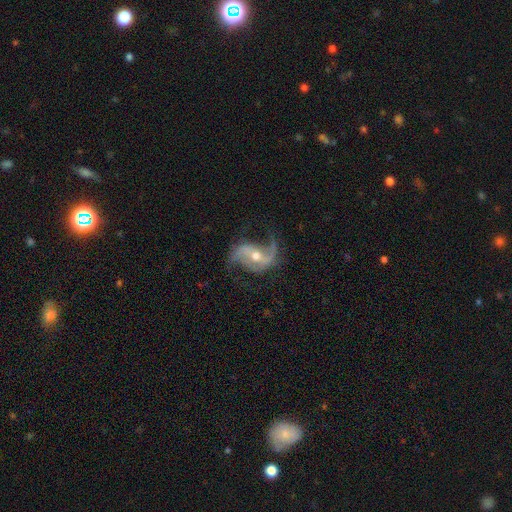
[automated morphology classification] smooth-or-featured: featured or disk: 89% | star or artifact: 6% | smooth: 5%
  disk-edge-on: no: 97% | yes: 3%
    bar: weak: 37% | strong: 32% | no: 31%
    has-spiral-arms: yes: 97% | no: 3%
      spiral-winding: loose: 64% | medium: 29% | tight: 7%
      spiral-arm-count: 2: 88% | 3: 4% | 1: 3% | can't tell: 2% | 4: 1% | more than 4: 1%
    bulge-size: moderate: 66% | small: 29% | large: 3% | none: 1% | dominant: 1%
  merging: none: 70% | minor disturbance: 17% | major disturbance: 11% | merger: 2%